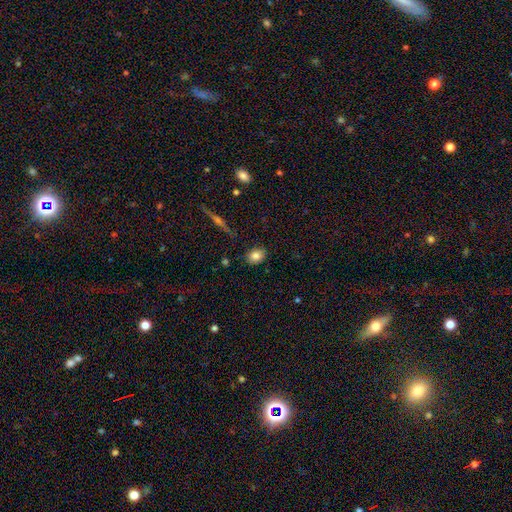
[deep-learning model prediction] Smooth or featured? smooth (82%)
How rounded? in between (63%)
Merging? none (85%)